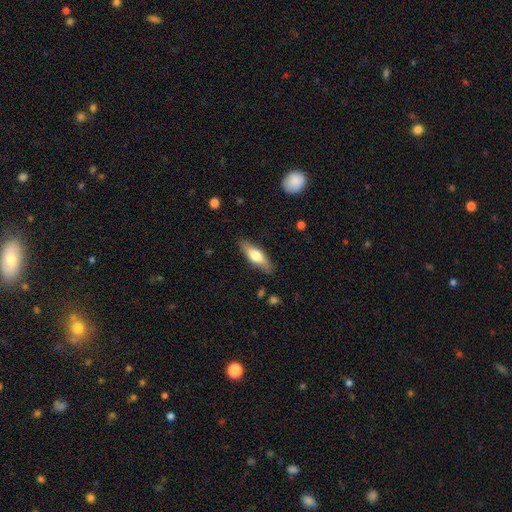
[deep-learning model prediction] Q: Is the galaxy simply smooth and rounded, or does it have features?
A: smooth — 63%.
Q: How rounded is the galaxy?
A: in between — 52%.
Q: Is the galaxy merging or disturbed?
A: none — 85%.